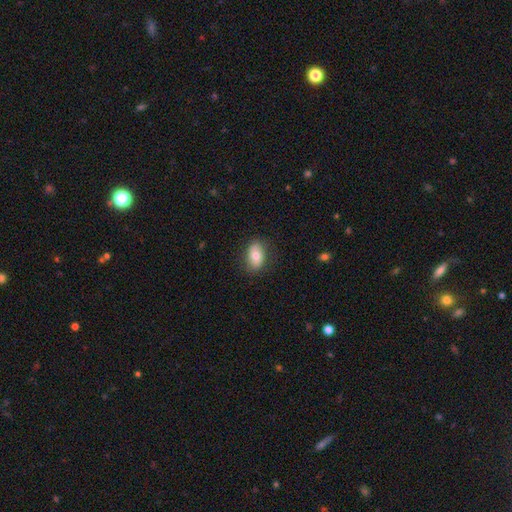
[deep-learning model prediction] The model was most divided on "smooth or featured": smooth: 75%, featured or disk: 18%, star or artifact: 7%. More confident: how rounded — in between (88%); merging — none (83%).